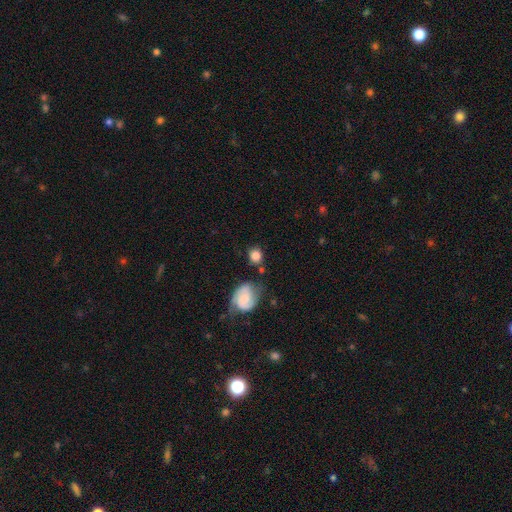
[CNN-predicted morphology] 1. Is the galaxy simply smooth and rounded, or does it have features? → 76% smooth, 17% featured or disk, 8% star or artifact.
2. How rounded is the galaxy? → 77% round, 22% in between, 2% cigar-shaped.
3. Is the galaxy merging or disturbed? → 71% none, 16% minor disturbance, 9% merger, 5% major disturbance.